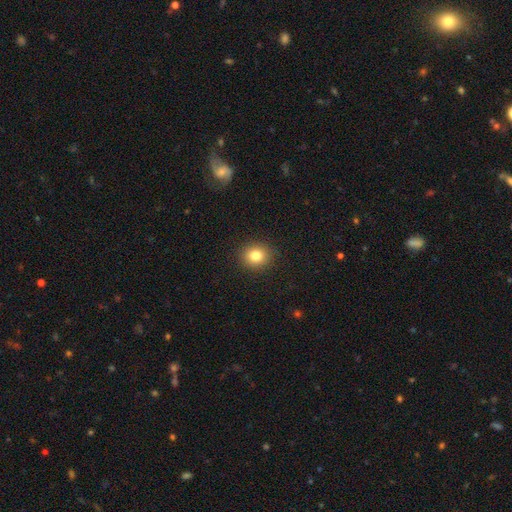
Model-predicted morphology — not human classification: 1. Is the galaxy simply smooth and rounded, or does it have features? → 82% smooth, 11% star or artifact, 7% featured or disk.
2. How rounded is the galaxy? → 81% round, 18% in between, 1% cigar-shaped.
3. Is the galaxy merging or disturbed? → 91% none, 6% minor disturbance, 2% major disturbance, 1% merger.